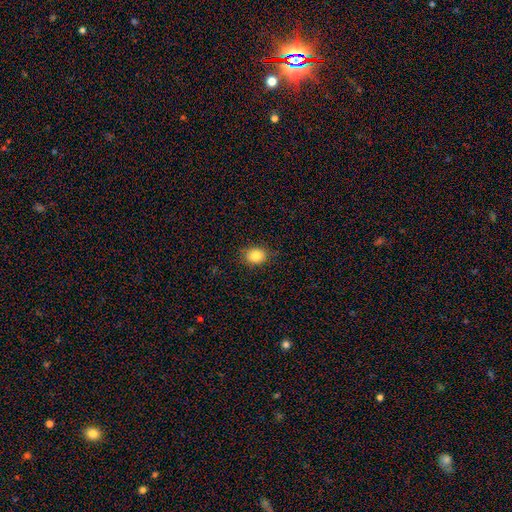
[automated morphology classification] type=smooth (84%); roundness=round (52%); merging=none (86%).